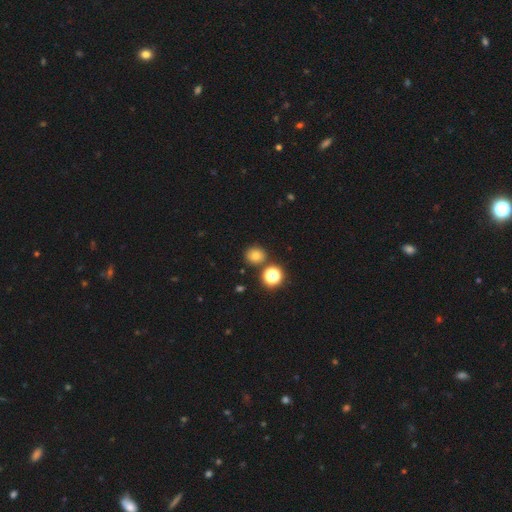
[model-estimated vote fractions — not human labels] Morphology: type=smooth (72%); roundness=round (86%); merging=none (82%).